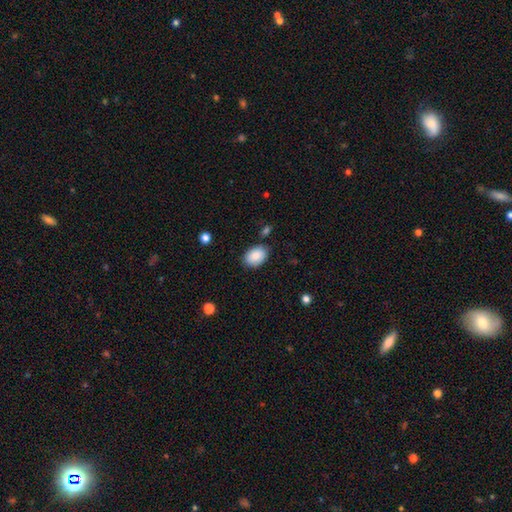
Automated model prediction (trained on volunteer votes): Smooth or featured?
  - smooth: 87% *
  - star or artifact: 7%
  - featured or disk: 6%
How rounded?
  - in between: 82% *
  - round: 17%
  - cigar-shaped: 1%
Merging?
  - none: 81% *
  - minor disturbance: 14%
  - major disturbance: 3%
  - merger: 3%